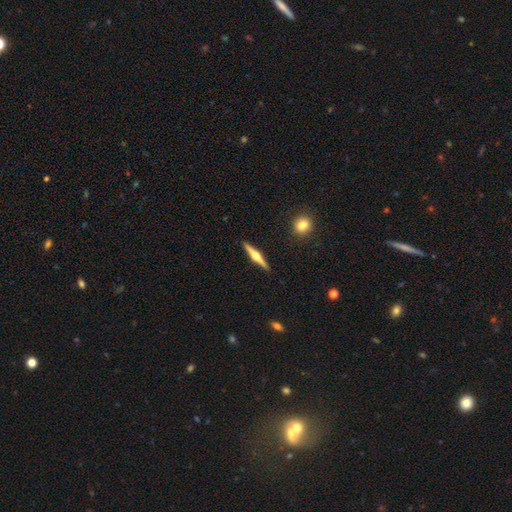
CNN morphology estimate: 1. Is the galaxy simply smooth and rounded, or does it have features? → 73% featured or disk, 22% smooth, 5% star or artifact.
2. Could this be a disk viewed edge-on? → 98% yes, 2% no.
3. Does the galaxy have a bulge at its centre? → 94% rounded, 4% boxy, 2% none.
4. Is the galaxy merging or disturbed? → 91% none, 6% minor disturbance, 1% major disturbance, 1% merger.